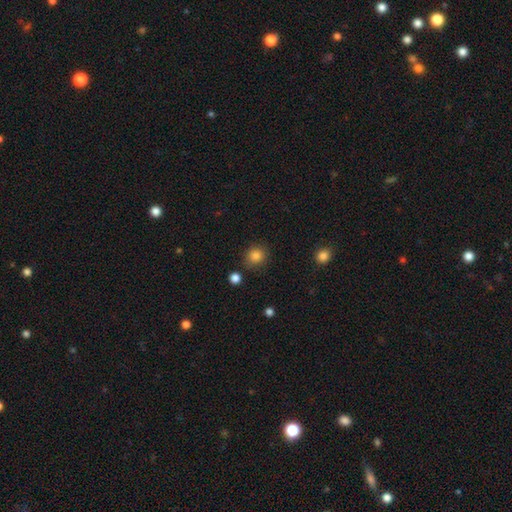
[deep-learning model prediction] Smooth or featured? smooth (84%)
How rounded? round (86%)
Merging? none (85%)